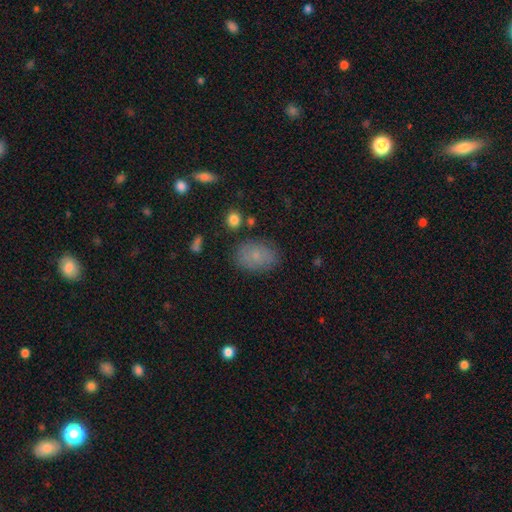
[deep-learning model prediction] A smooth galaxy with no disk features (78%) that is in between round and cigar-shaped (80%). Merging: none (81%).